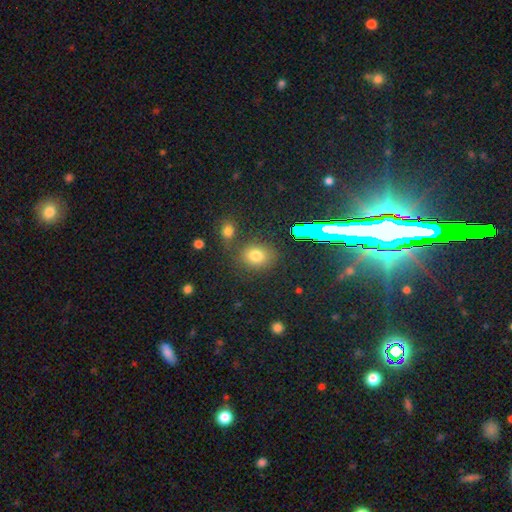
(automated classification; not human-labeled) smooth 74%, star or artifact 18%, featured or disk 8%. Down the decision tree: how rounded — round (63%); merging — none (76%).